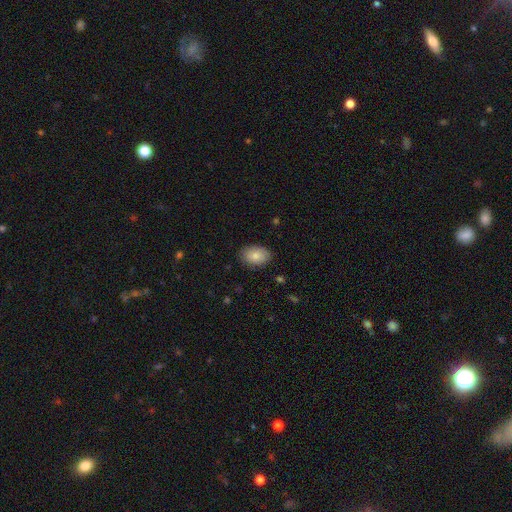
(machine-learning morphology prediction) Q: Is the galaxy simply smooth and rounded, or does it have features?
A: smooth — 83%.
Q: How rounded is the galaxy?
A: in between — 83%.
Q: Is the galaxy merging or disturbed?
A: none — 84%.